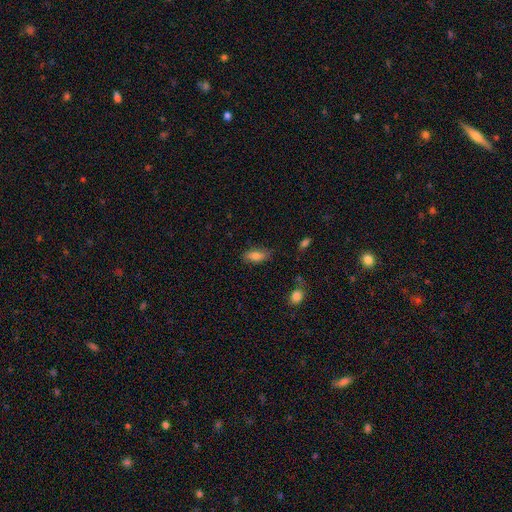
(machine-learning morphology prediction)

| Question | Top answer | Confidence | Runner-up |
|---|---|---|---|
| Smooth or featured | smooth | 80% | featured or disk (12%) |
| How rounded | in between | 82% | cigar-shaped (14%) |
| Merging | none | 79% | minor disturbance (16%) |